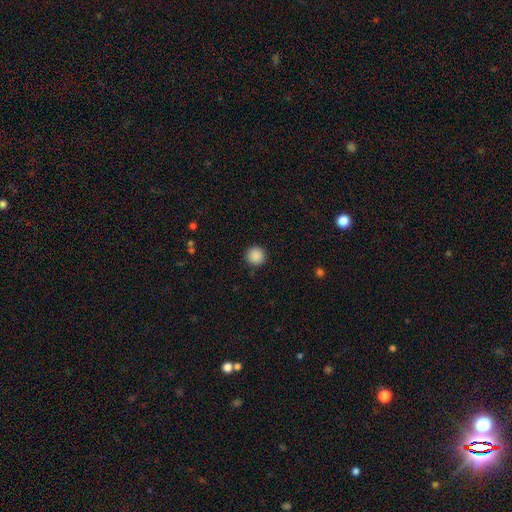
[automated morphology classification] smooth-or-featured: smooth: 89% | star or artifact: 9% | featured or disk: 2%
  how-rounded: round: 95% | in between: 4% | cigar-shaped: 1%
  merging: none: 92% | minor disturbance: 5% | major disturbance: 2% | merger: 1%